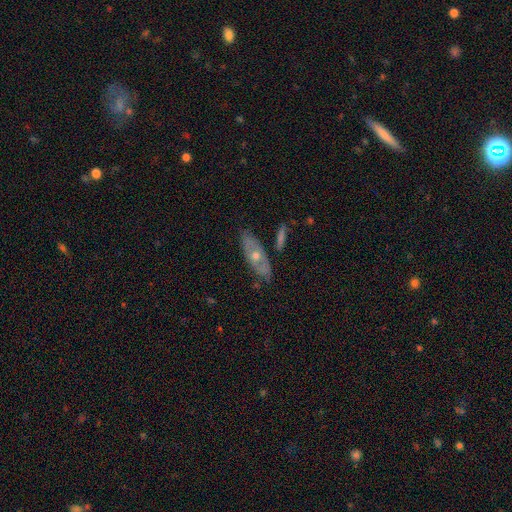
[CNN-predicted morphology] Smooth or featured? featured or disk (62%)
Edge-on disk? no (74%)
Merging? none (80%)